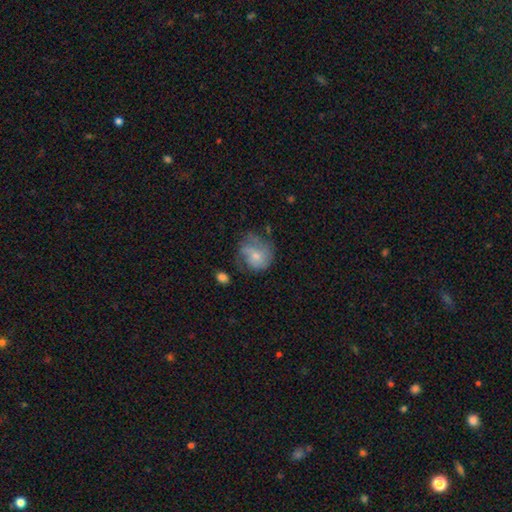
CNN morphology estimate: This is possibly a smooth galaxy (53%). How rounded: likely round (68%). Merging: marginally none (40%).